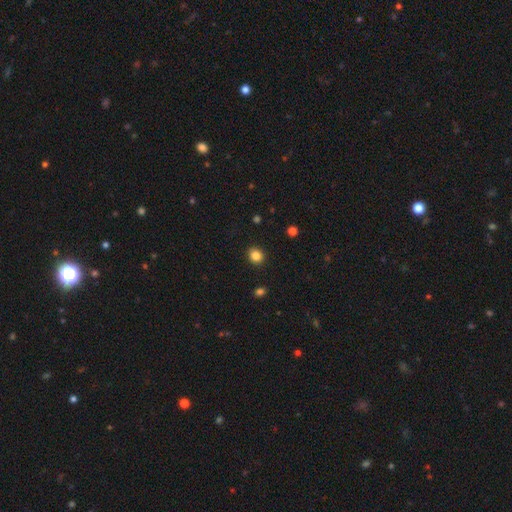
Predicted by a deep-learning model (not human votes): smooth 85%, star or artifact 11%, featured or disk 4%. Down the decision tree: how rounded — round (75%); merging — none (90%).